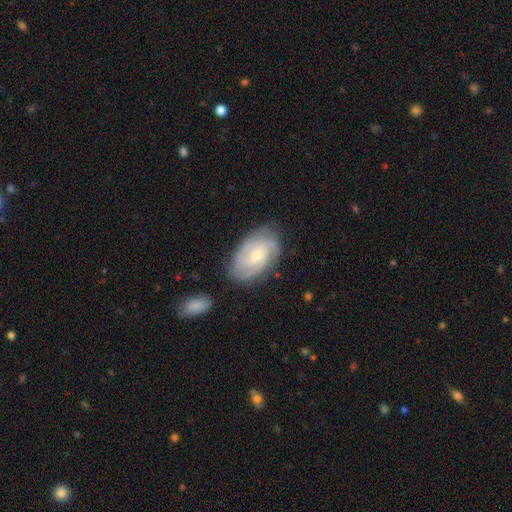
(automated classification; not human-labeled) The model was most divided on "spiral arm count": can't tell: 32%, 3: 27%, 2: 24%, 4: 9%, 1: 4%, more than 4: 4%. More confident: edge-on disk — no (96%); spiral arms — yes (93%); merging — none (73%); smooth or featured — featured or disk (73%); bar — no (60%); bulge size — small (58%); spiral winding — tight (57%).